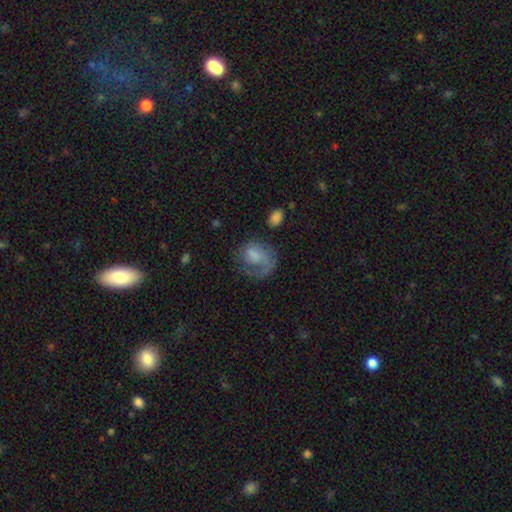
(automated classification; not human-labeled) This appears to be a smooth galaxy with no disk features (48%). Merging: major disturbance (41%).